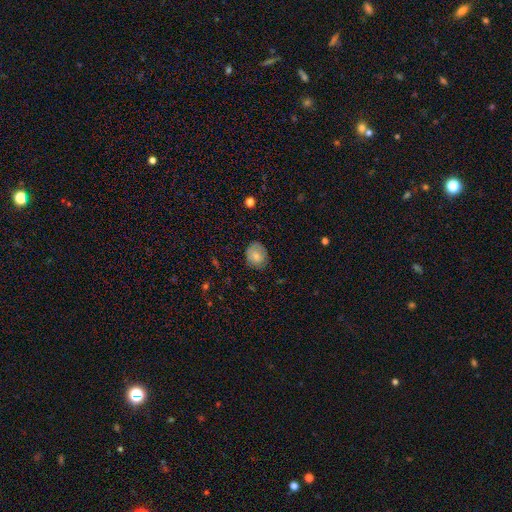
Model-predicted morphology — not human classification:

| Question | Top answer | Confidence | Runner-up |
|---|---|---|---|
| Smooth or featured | smooth | 77% | featured or disk (14%) |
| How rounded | round | 64% | in between (35%) |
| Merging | none | 74% | minor disturbance (20%) |